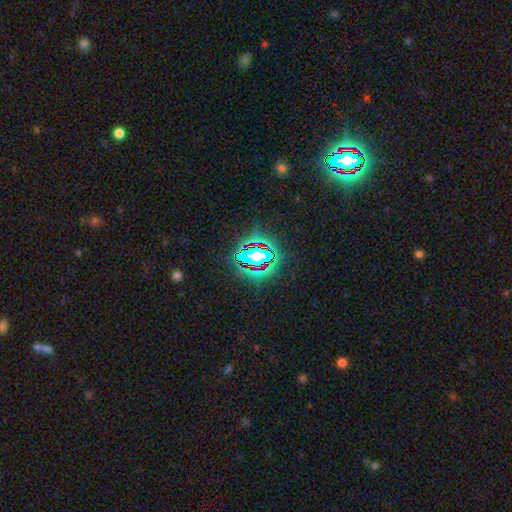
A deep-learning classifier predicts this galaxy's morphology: The model was most divided on "smooth or featured": star or artifact: 70%, smooth: 18%, featured or disk: 13%.